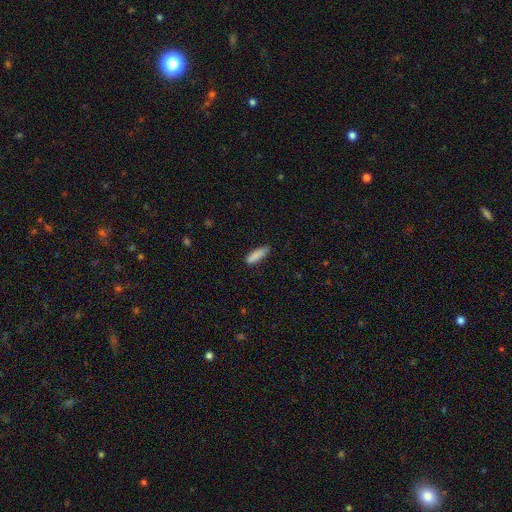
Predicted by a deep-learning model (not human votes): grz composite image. It shows a smooth galaxy with no disk features (87%) that is cigar-shaped (58%). Merging: none (79%).